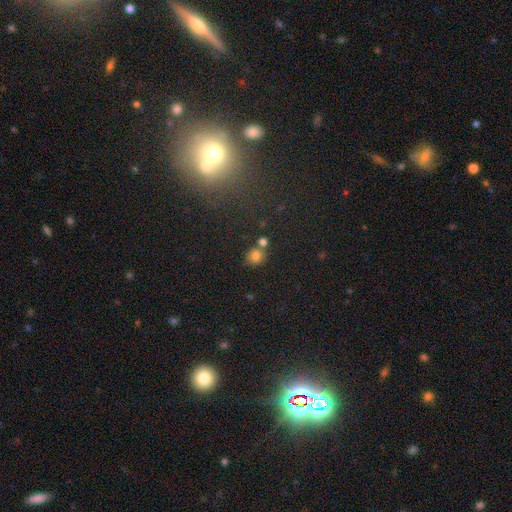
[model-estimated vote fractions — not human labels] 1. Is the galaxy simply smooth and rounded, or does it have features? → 78% smooth, 14% star or artifact, 7% featured or disk.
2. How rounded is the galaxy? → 83% round, 16% in between, 1% cigar-shaped.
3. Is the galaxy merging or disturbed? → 65% none, 20% merger, 12% minor disturbance, 4% major disturbance.